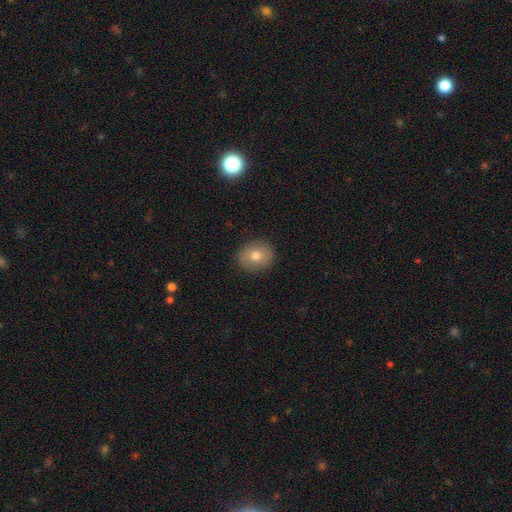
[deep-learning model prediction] A smooth galaxy with no disk features (75%) that is round (65%).

Vote fractions:
- Smooth or featured? smooth: 75% / featured or disk: 16% / star or artifact: 10%
- How rounded? round: 65% / in between: 34% / cigar-shaped: 1%
- Merging? none: 89% / minor disturbance: 8% / major disturbance: 2% / merger: 1%